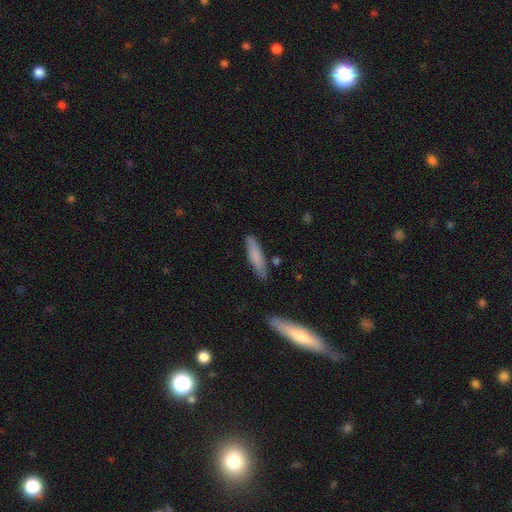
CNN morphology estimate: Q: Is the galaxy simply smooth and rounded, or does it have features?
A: smooth — 78%.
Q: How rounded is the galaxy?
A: cigar-shaped — 75%.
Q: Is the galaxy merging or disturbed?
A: none — 82%.